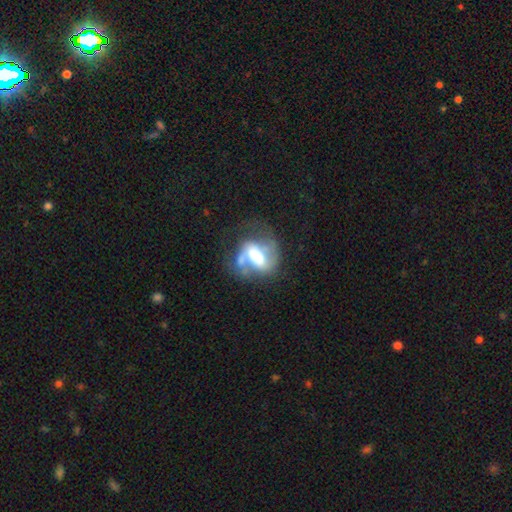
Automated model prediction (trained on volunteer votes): smooth-or-featured: featured or disk: 68% | smooth: 24% | star or artifact: 8%
  disk-edge-on: no: 95% | yes: 5%
    bar: strong: 45% | weak: 32% | no: 22%
    has-spiral-arms: yes: 76% | no: 24%
    bulge-size: moderate: 37% | large: 35% | small: 14% | dominant: 7% | none: 6%
  merging: none: 37% | major disturbance: 26% | minor disturbance: 21% | merger: 16%